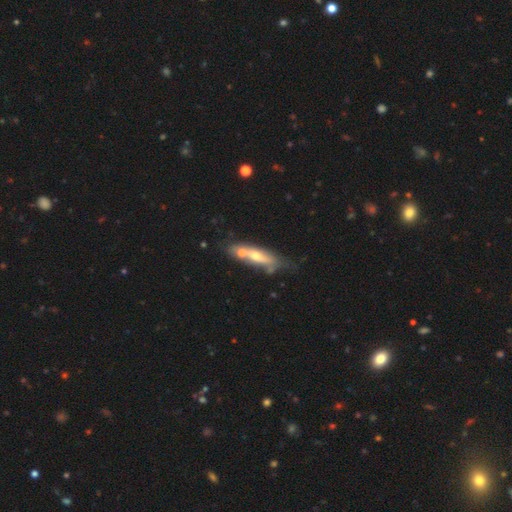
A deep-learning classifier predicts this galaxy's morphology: featured or disk 53%, smooth 38%, star or artifact 8%. Down the decision tree: edge-on disk — no (50%, tied with yes); merging — none (41%).